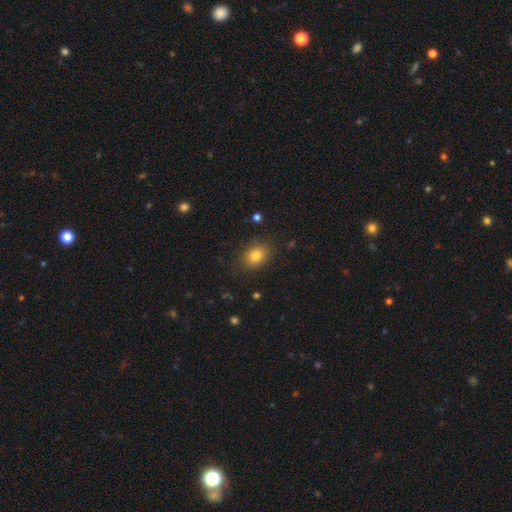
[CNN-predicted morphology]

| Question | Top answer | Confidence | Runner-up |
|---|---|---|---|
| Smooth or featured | smooth | 80% | star or artifact (11%) |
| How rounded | in between | 60% | round (39%) |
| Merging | none | 82% | minor disturbance (13%) |